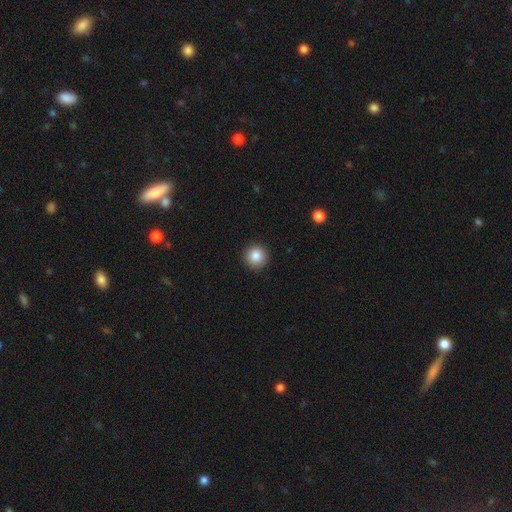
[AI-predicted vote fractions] Overall: smooth (85%). How rounded: round (95%). Merging: none (93%).